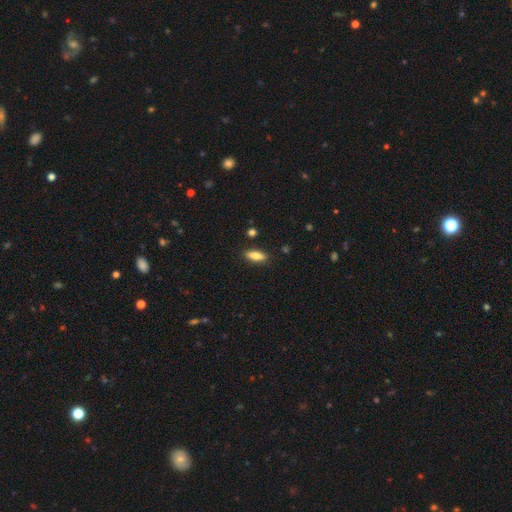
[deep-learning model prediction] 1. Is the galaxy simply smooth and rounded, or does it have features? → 81% smooth, 12% featured or disk, 7% star or artifact.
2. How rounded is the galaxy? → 66% in between, 31% cigar-shaped, 3% round.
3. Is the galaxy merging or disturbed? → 87% none, 9% minor disturbance, 2% major disturbance, 2% merger.